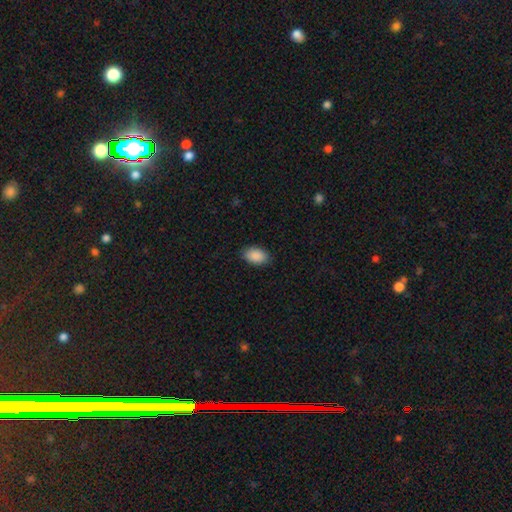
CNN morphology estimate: A smooth galaxy with no disk features (90%) that is in between round and cigar-shaped (91%).

Vote fractions:
- Smooth or featured? smooth: 90% / star or artifact: 7% / featured or disk: 3%
- How rounded? in between: 91% / round: 7% / cigar-shaped: 1%
- Merging? none: 87% / minor disturbance: 10% / major disturbance: 2% / merger: 1%